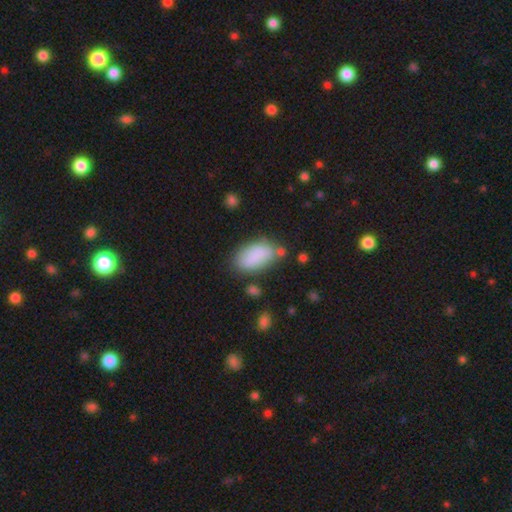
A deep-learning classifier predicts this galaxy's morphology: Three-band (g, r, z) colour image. It shows a smooth galaxy with no disk features (83%) that is in between round and cigar-shaped (93%). Merging: none (63%).